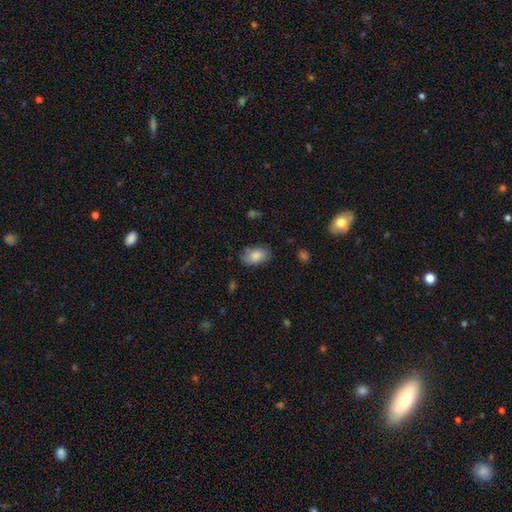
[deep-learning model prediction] This is clearly a smooth galaxy (84%). How rounded: clearly in between (91%). Merging: likely none (77%).